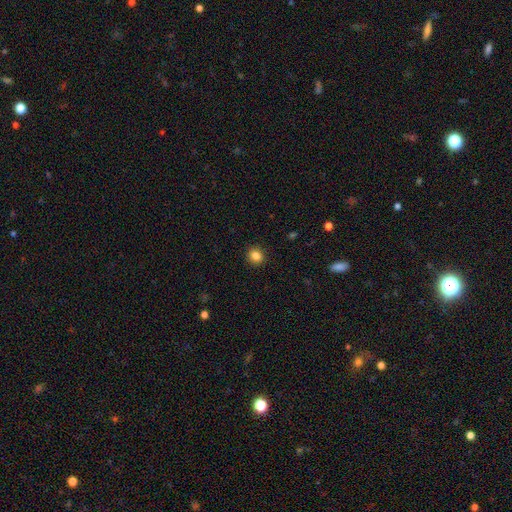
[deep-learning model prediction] A smooth galaxy with no disk features (85%) that is round (79%). Merging: none (91%).